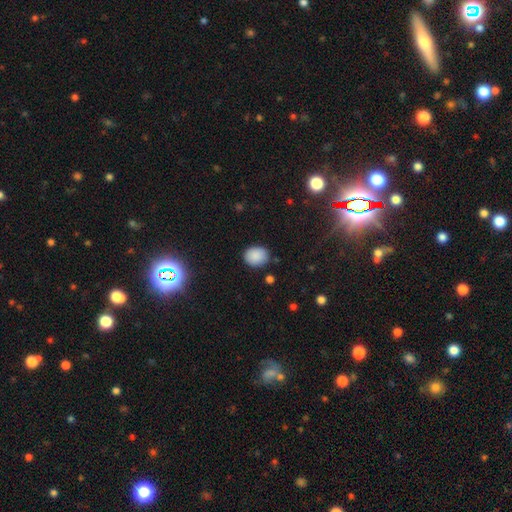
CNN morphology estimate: Smooth or featured: smooth — 87% (star or artifact — 9%)
How rounded: round — 54% (in between — 45%)
Merging: none — 83% (minor disturbance — 12%)